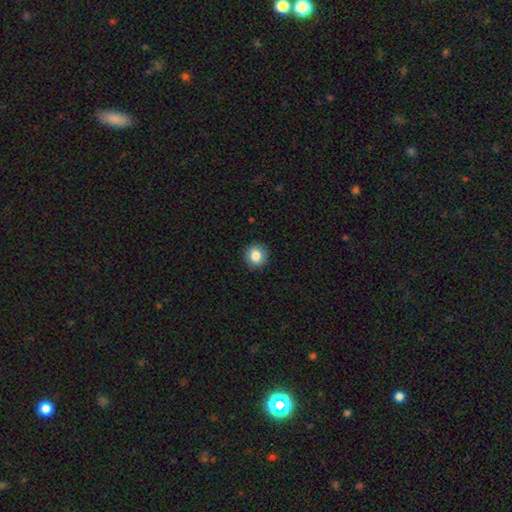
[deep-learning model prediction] The model was most divided on "smooth or featured": smooth: 85%, star or artifact: 9%, featured or disk: 6%. More confident: merging — none (91%); how rounded — round (91%).